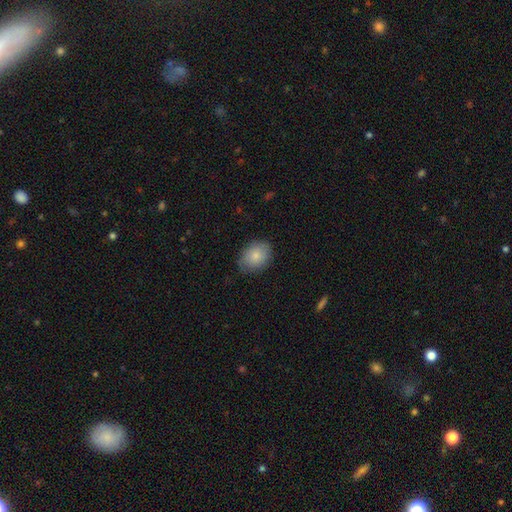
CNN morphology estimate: The model was most divided on "how rounded": in between: 63%, round: 37%, cigar-shaped: 1%. More confident: smooth or featured — smooth (83%); merging — none (77%).